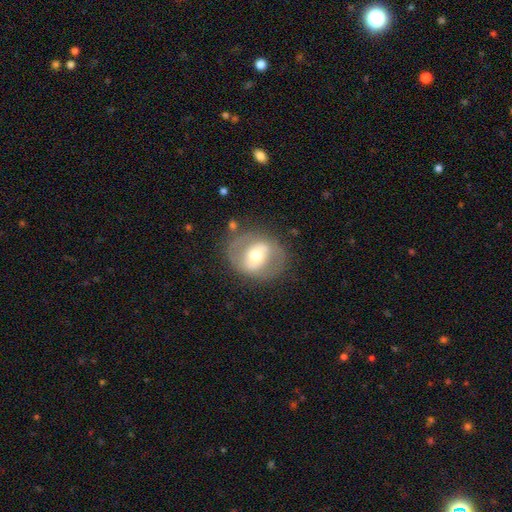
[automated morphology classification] A featured or disk galaxy (55%) with no bar (49%), no spiral arms (65%) and a moderate central bulge (68%).

Vote fractions:
- Smooth or featured? featured or disk: 55% / smooth: 38% / star or artifact: 7%
- Edge-on disk? no: 95% / yes: 5%
- Bar? no: 49% / weak: 29% / strong: 22%
- Spiral arms? no: 65% / yes: 35%
- Bulge size? moderate: 68% / large: 15% / small: 15% / dominant: 2% / none: 1%
- Merging? none: 72% / minor disturbance: 15% / major disturbance: 10% / merger: 2%